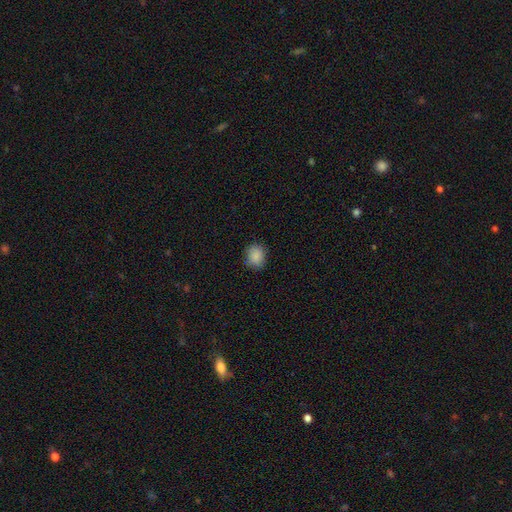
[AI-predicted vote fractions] This appears to be a smooth galaxy with no disk features (87%) that is round (64%). Merging: none (85%).